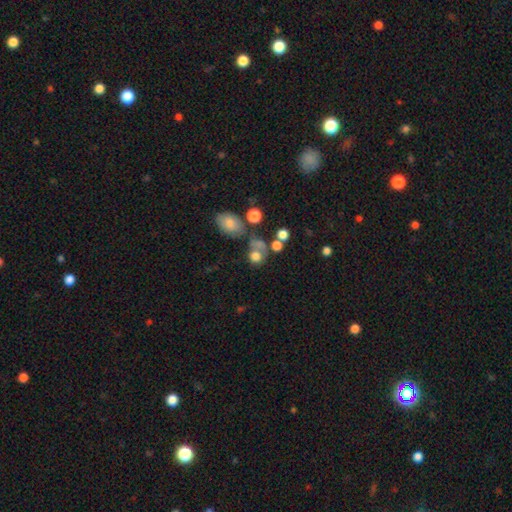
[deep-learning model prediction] Smooth or featured? smooth (66%)
How rounded? round (71%)
Merging? none (46%)